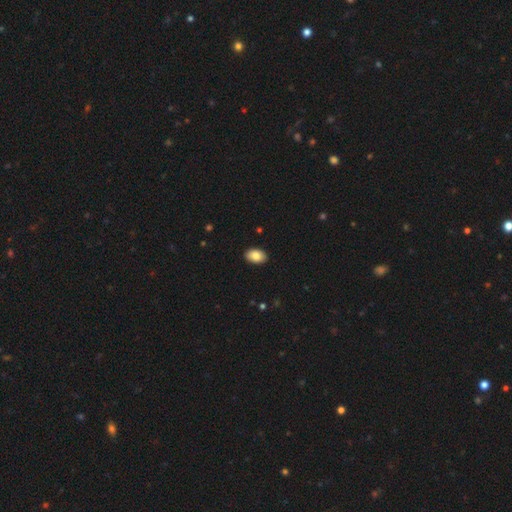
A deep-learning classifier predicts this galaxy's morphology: Smooth or featured?
  - smooth: 86% *
  - featured or disk: 7%
  - star or artifact: 7%
How rounded?
  - in between: 90% *
  - round: 9%
  - cigar-shaped: 1%
Merging?
  - none: 91% *
  - minor disturbance: 7%
  - major disturbance: 2%
  - merger: 1%